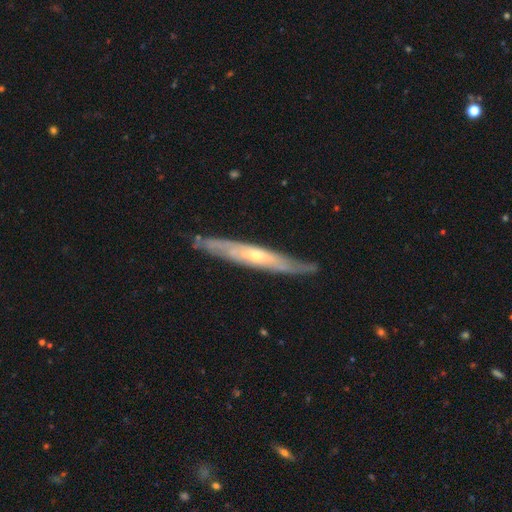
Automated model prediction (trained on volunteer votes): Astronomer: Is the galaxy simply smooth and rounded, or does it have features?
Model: featured or disk — 75%.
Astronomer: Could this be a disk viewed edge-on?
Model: yes — 70%.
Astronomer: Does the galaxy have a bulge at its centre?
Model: rounded — 61%.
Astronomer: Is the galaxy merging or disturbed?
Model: none — 82%.